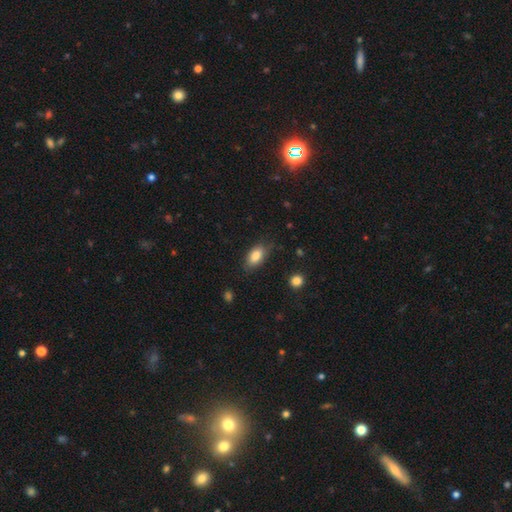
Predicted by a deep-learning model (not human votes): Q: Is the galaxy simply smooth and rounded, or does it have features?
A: smooth — 83%.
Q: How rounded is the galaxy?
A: in between — 89%.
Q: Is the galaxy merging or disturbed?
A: none — 76%.